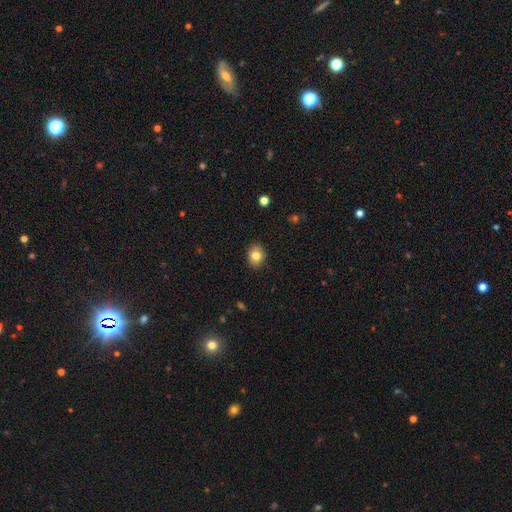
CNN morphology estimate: This is clearly a smooth galaxy (81%). How rounded: possibly in between (56%). Merging: clearly none (87%).